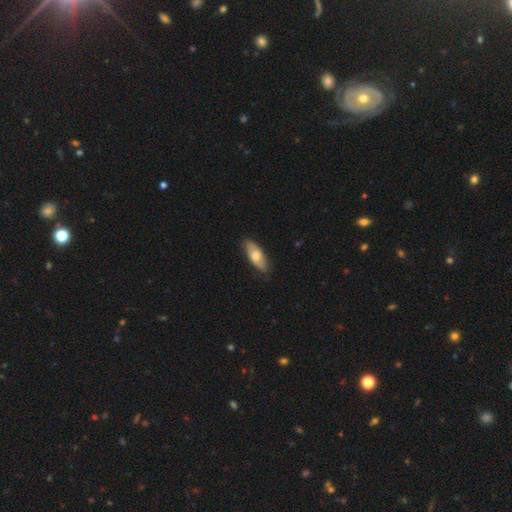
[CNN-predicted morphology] smooth-or-featured: smooth: 64% | featured or disk: 30% | star or artifact: 5%
  how-rounded: in between: 82% | cigar-shaped: 16% | round: 2%
  merging: none: 83% | minor disturbance: 14% | major disturbance: 2% | merger: 1%